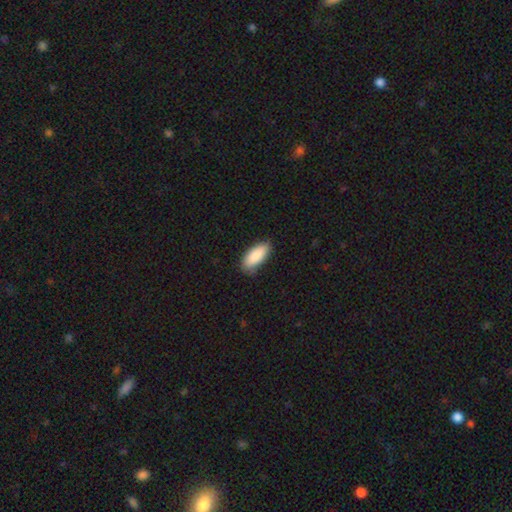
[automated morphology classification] This appears to be a smooth galaxy with no disk features (89%) that is in between round and cigar-shaped (85%). Merging: none (78%).